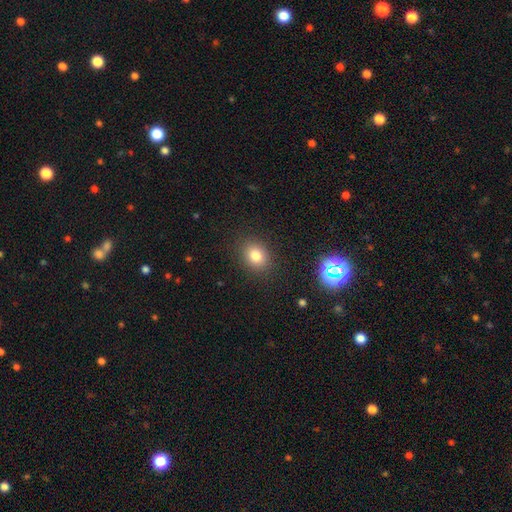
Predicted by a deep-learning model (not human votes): Overall: smooth (80%). How rounded: round (53%; in between 46%). Merging: none (88%).